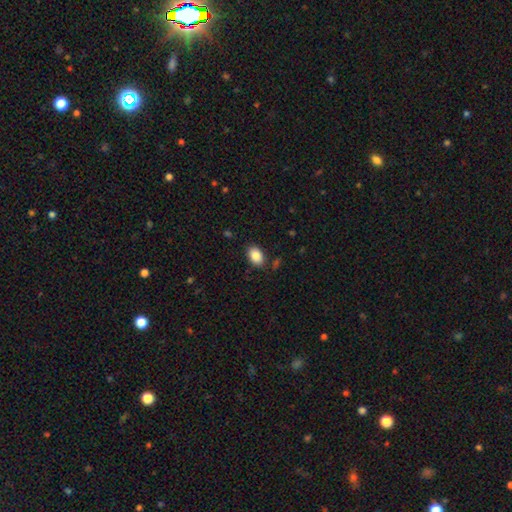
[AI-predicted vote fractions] The model was most divided on "merging": none: 86%, minor disturbance: 10%, major disturbance: 3%, merger: 2%. More confident: how rounded — in between (88%); smooth or featured — smooth (87%).